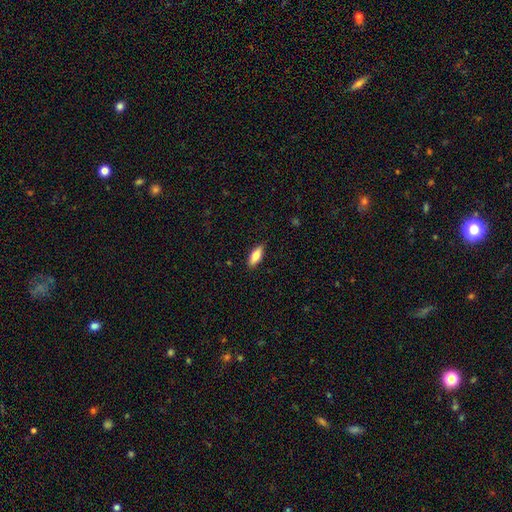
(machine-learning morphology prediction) Overall: smooth (75%). How rounded: in between (73%). Merging: none (87%).